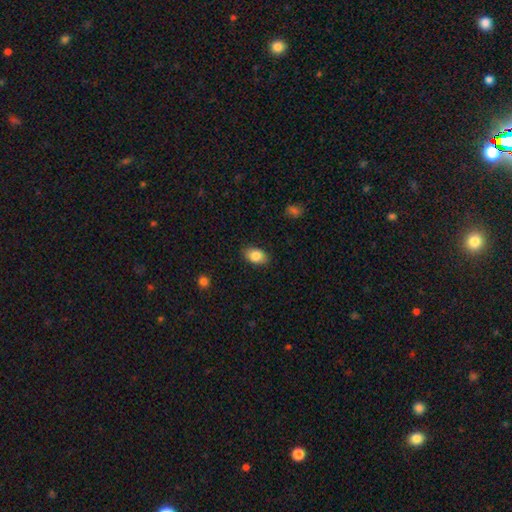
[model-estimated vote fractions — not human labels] Morphology: type=smooth (85%); roundness=in between (84%); merging=none (86%).